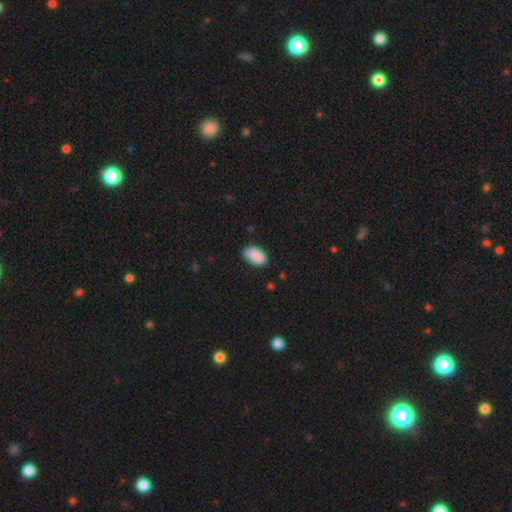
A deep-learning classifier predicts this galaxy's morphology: smooth_or_featured: smooth (p=0.89) [alt: star or artifact p=0.07]
how_rounded: in between (p=0.94) [alt: round p=0.05]
merging: none (p=0.76) [alt: minor disturbance p=0.20]